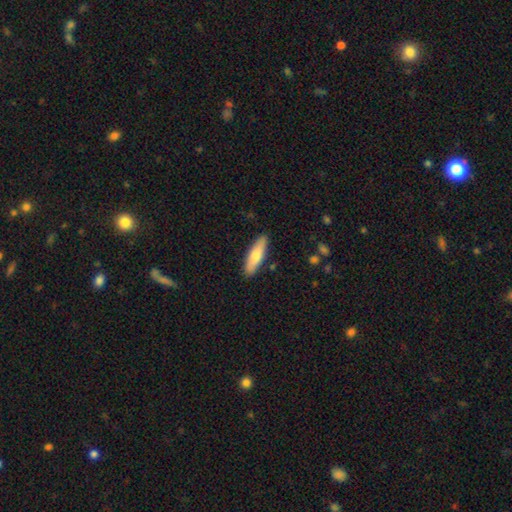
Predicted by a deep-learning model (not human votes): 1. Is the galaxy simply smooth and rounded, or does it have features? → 73% smooth, 22% featured or disk, 5% star or artifact.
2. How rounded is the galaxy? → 57% cigar-shaped, 41% in between, 2% round.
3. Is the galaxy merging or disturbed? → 88% none, 9% minor disturbance, 2% major disturbance, 1% merger.